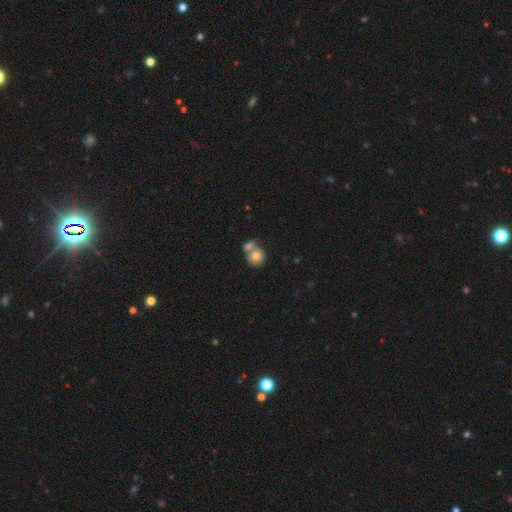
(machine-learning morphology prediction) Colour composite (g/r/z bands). It shows a smooth galaxy with no disk features (75%) that is round (81%). Merging: merger (55%).